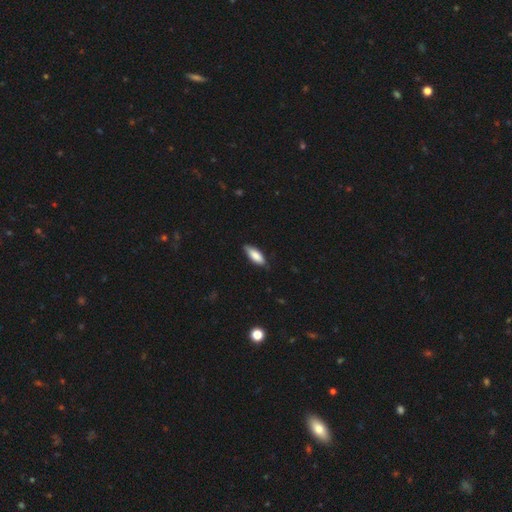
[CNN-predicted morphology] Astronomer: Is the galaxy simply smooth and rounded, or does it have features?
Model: smooth — 83%.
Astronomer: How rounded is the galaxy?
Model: in between — 68%.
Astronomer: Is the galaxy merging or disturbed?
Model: none — 79%.